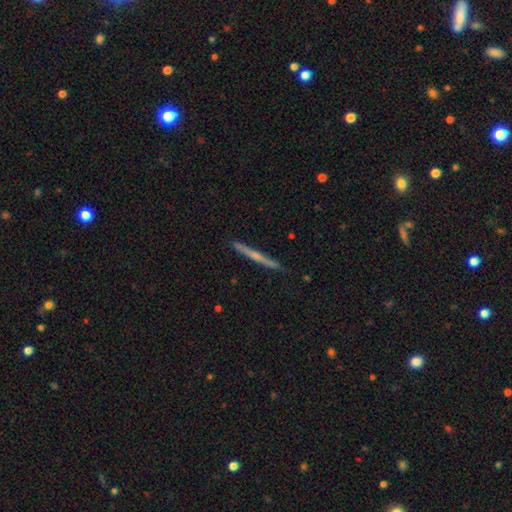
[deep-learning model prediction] Smooth or featured? Predicted: featured or disk (p=0.57). Edge-on disk? Predicted: yes (p=0.98). Edge-on bulge? Predicted: none (p=0.59). Merging? Predicted: none (p=0.91).